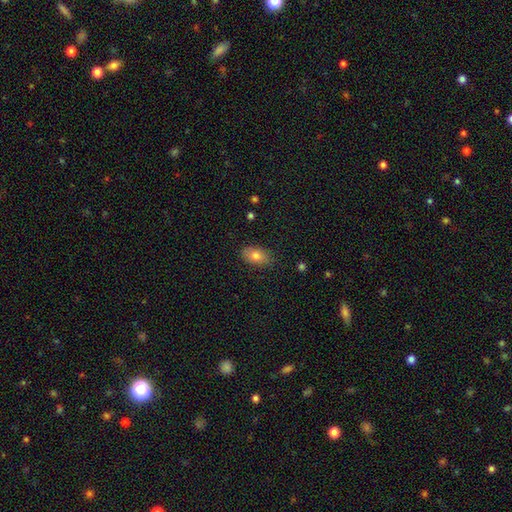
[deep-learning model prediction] Morphology: type=smooth (79%); roundness=in between (89%); merging=none (82%).